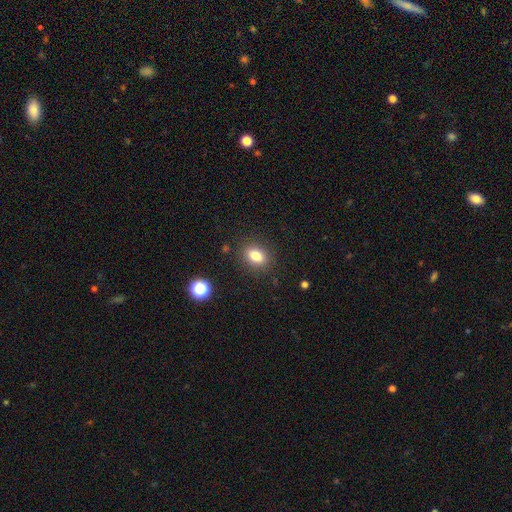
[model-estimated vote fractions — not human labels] Morphology: type=smooth (82%); roundness=in between (75%); merging=none (86%).